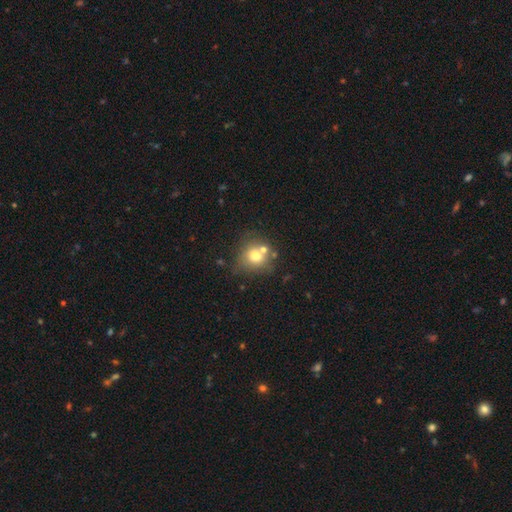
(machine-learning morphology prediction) A smooth galaxy with no disk features (71%) that is round (85%).

Vote fractions:
- Smooth or featured? smooth: 71% / featured or disk: 16% / star or artifact: 13%
- How rounded? round: 85% / in between: 14% / cigar-shaped: 1%
- Merging? none: 60% / merger: 23% / minor disturbance: 12% / major disturbance: 5%